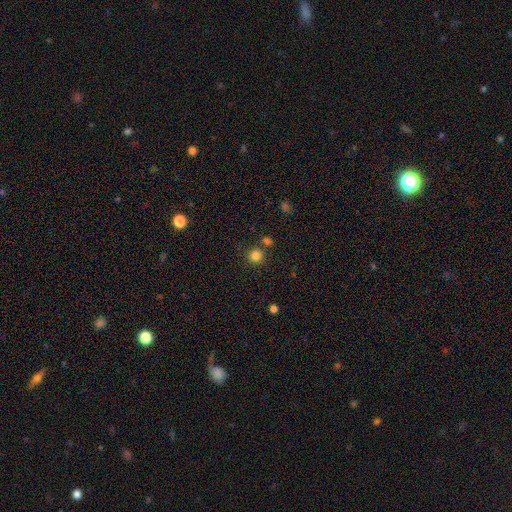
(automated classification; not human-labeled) A smooth galaxy with no disk features (82%) that is round (93%). Merging: none (79%).